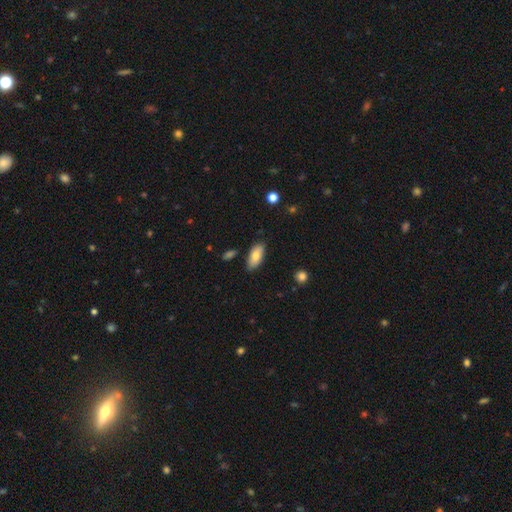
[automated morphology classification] The model was most divided on "smooth or featured": smooth: 78%, featured or disk: 16%, star or artifact: 6%. More confident: how rounded — in between (88%); merging — none (83%).